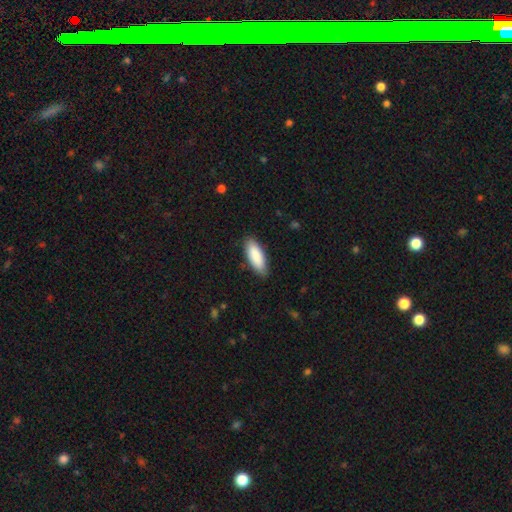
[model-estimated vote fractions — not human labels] This is clearly a smooth galaxy (89%). How rounded: likely in between (75%). Merging: clearly none (86%).